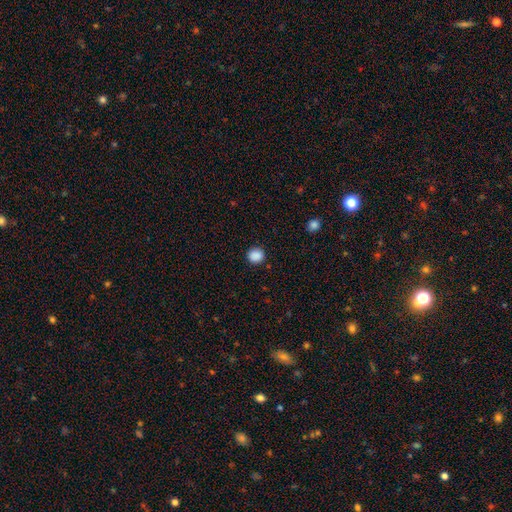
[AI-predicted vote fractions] A smooth galaxy with no disk features (88%) that is round (90%).

Vote fractions:
- Smooth or featured? smooth: 88% / star or artifact: 9% / featured or disk: 2%
- How rounded? round: 90% / in between: 9% / cigar-shaped: 1%
- Merging? none: 91% / minor disturbance: 6% / major disturbance: 2% / merger: 1%